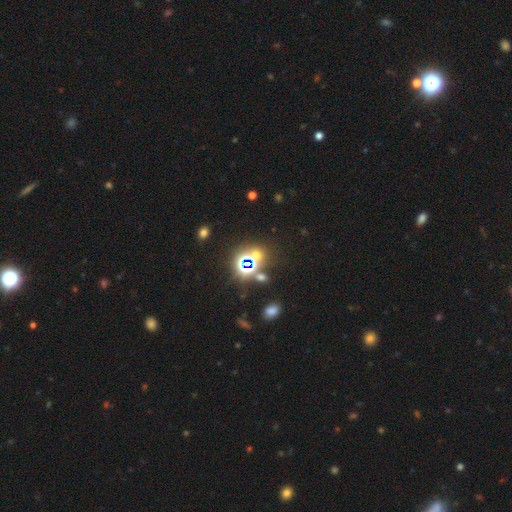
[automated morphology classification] Overall: star or artifact (64%; smooth 27%).